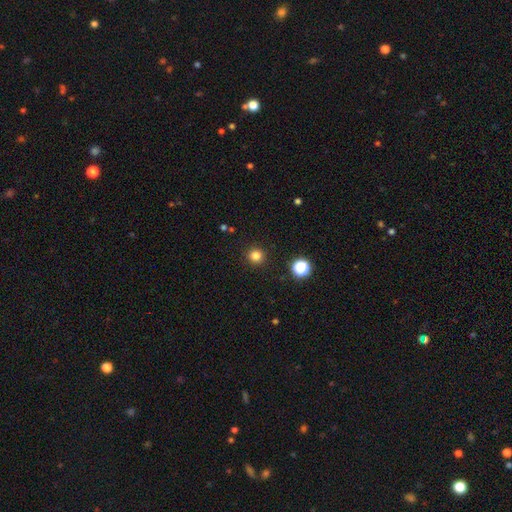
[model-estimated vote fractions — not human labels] Smooth or featured: smooth — 81% (star or artifact — 14%)
How rounded: round — 94% (in between — 5%)
Merging: none — 92% (minor disturbance — 5%)